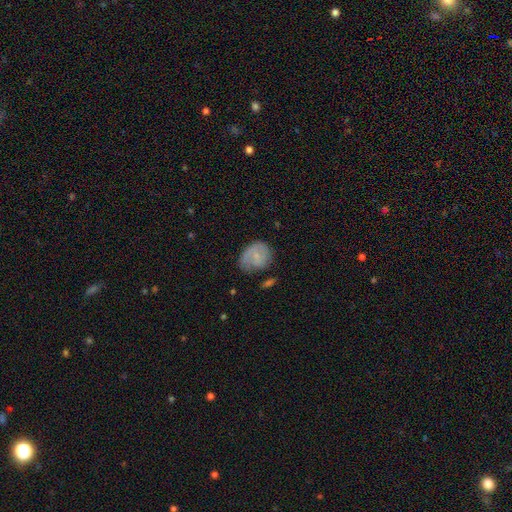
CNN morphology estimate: A smooth galaxy with no disk features (56%) that is round (53%). Merging: none (47%).